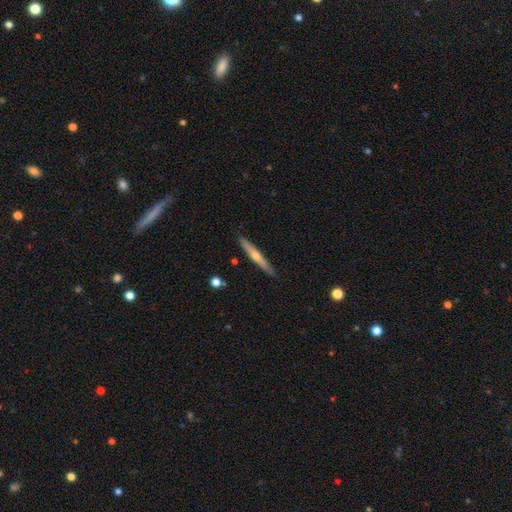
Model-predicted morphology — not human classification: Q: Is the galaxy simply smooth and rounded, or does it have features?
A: featured or disk — 54%.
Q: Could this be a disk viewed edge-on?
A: yes — 95%.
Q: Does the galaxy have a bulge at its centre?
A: rounded — 79%.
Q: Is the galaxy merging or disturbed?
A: none — 90%.